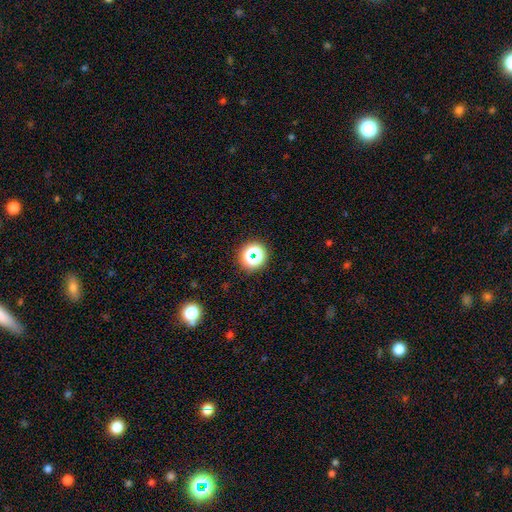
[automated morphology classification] star or artifact 47%, smooth 43%, featured or disk 10%.